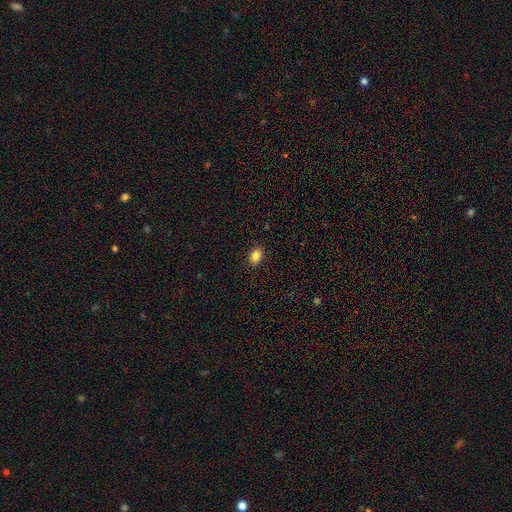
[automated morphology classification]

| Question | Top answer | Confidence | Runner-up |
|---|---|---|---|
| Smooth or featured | smooth | 85% | star or artifact (10%) |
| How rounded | in between | 79% | round (20%) |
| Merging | none | 89% | minor disturbance (8%) |